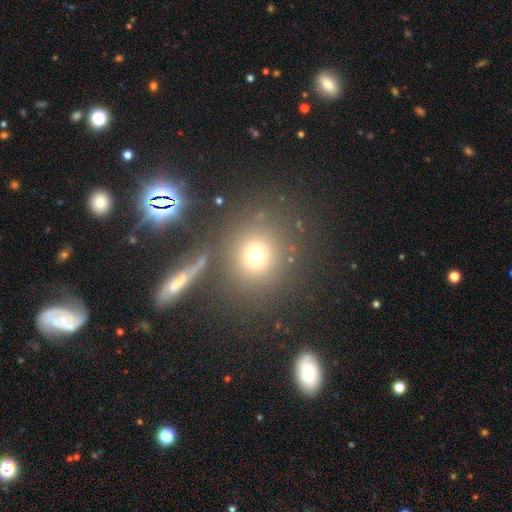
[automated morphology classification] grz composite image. It shows a smooth galaxy with no disk features (70%) that is round (89%). Merging: none (74%).